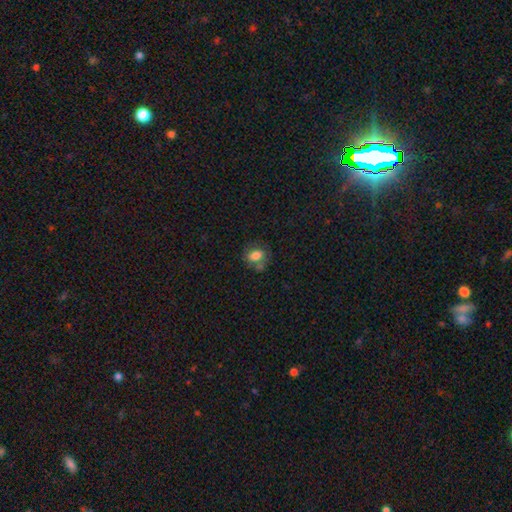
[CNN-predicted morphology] Q: Smooth or featured?
A: smooth (74%); runner-up: featured or disk (16%)
Q: How rounded?
A: in between (64%); runner-up: round (35%)
Q: Merging?
A: none (55%); runner-up: minor disturbance (20%)